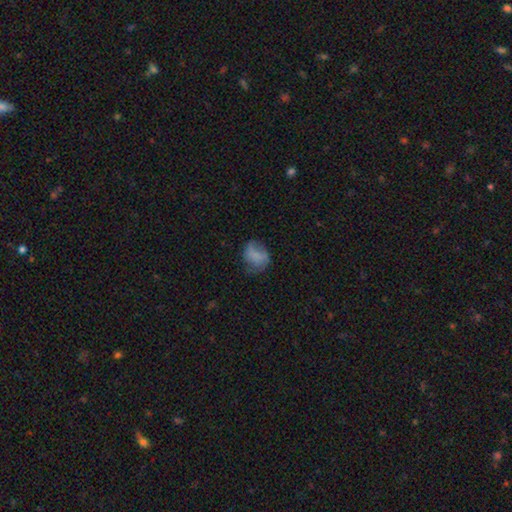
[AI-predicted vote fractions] smooth_or_featured: smooth (p=0.68) [alt: featured or disk p=0.22]
how_rounded: round (p=0.54) [alt: in between p=0.45]
merging: none (p=0.51) [alt: minor disturbance p=0.29]